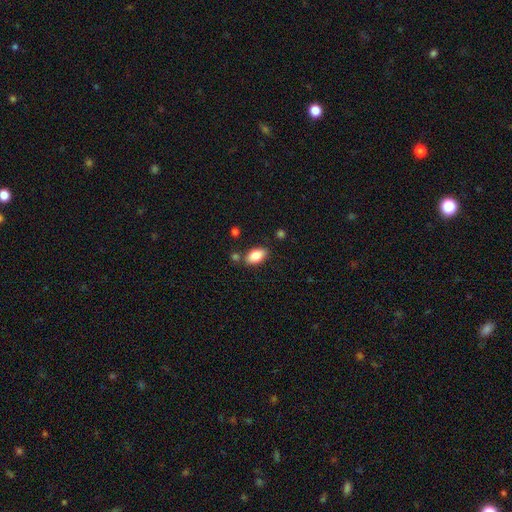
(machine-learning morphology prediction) This appears to be a smooth galaxy with no disk features (83%) that is in between round and cigar-shaped (91%). Merging: none (79%).